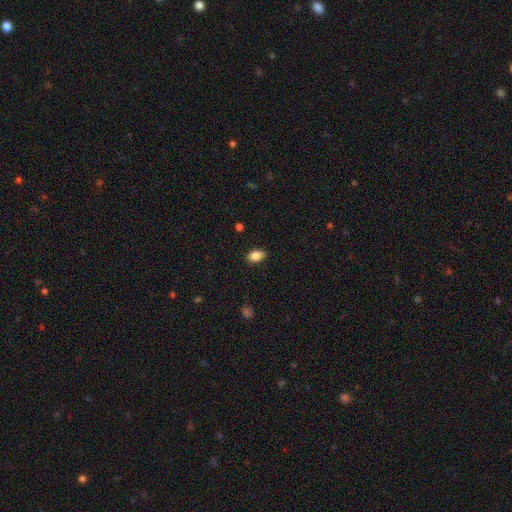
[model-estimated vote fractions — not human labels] This appears to be a smooth galaxy with no disk features (86%) that is in between round and cigar-shaped (88%). Merging: none (85%).